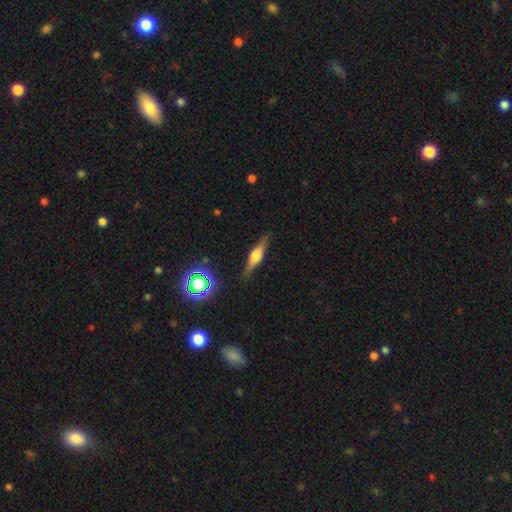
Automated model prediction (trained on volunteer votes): Smooth or featured?
  - featured or disk: 65% *
  - smooth: 27%
  - star or artifact: 8%
Edge-on disk?
  - yes: 96% *
  - no: 4%
Edge-on bulge?
  - rounded: 86% *
  - boxy: 11%
  - none: 3%
Merging?
  - none: 86% *
  - minor disturbance: 10%
  - major disturbance: 2%
  - merger: 1%